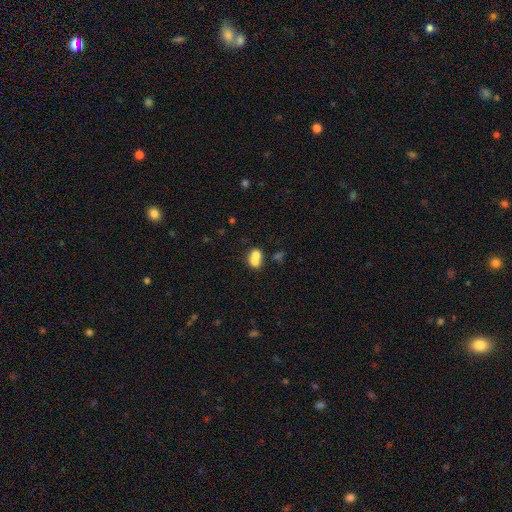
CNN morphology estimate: Smooth or featured: smooth — 71% (featured or disk — 19%)
How rounded: in between — 59% (round — 40%)
Merging: merger — 64% (none — 23%)